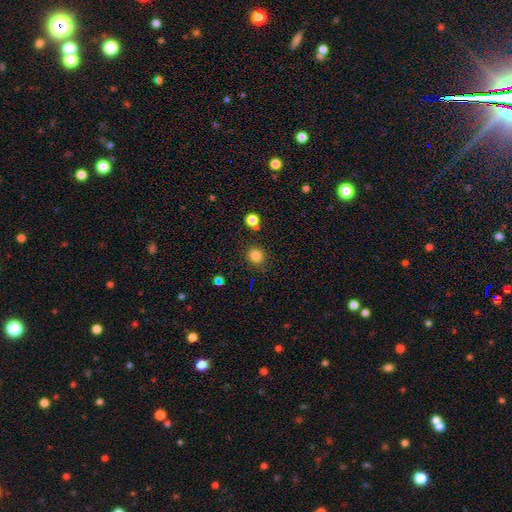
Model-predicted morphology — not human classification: Smooth or featured? smooth (82%)
How rounded? round (91%)
Merging? none (86%)